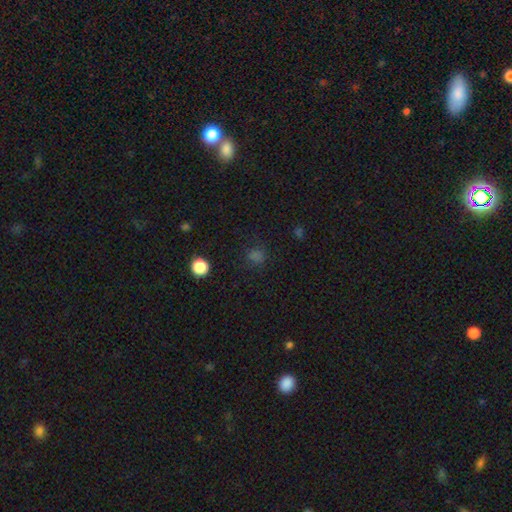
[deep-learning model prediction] Smooth or featured? Predicted: smooth (p=0.65). How rounded? Predicted: round (p=0.80). Merging? Predicted: none (p=0.79).